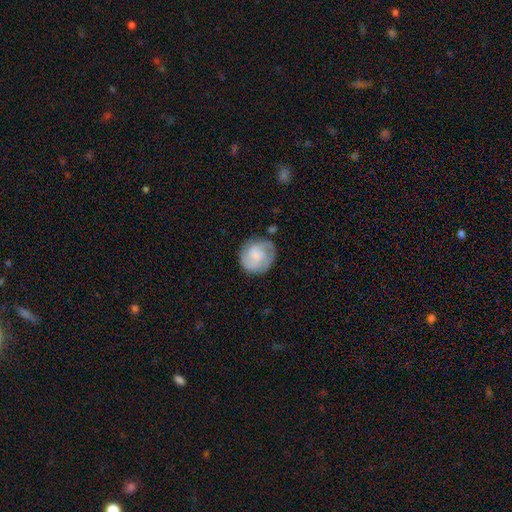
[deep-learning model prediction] A smooth galaxy with no disk features (47%). Merging: none (72%).